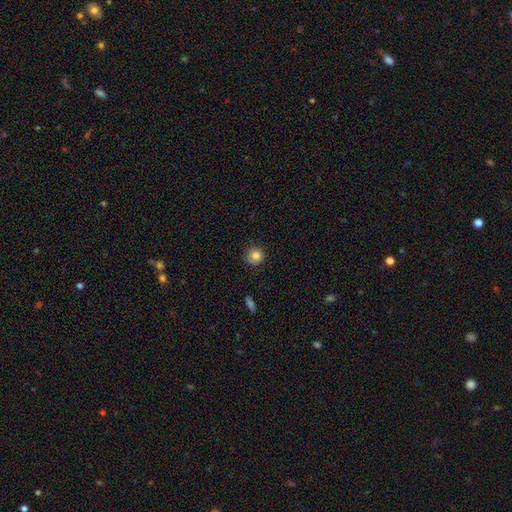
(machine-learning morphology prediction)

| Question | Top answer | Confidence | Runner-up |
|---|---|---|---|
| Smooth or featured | smooth | 82% | star or artifact (10%) |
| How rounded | round | 92% | in between (7%) |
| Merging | none | 83% | minor disturbance (13%) |